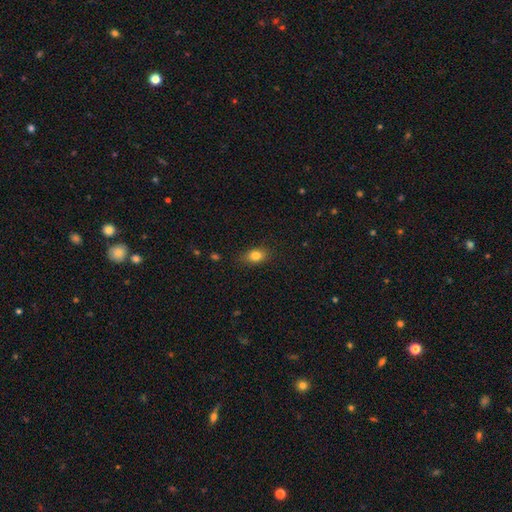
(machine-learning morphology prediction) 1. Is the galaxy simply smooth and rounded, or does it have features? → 82% smooth, 10% star or artifact, 8% featured or disk.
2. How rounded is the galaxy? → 74% in between, 23% round, 3% cigar-shaped.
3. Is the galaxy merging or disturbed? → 80% none, 15% minor disturbance, 3% major disturbance, 1% merger.